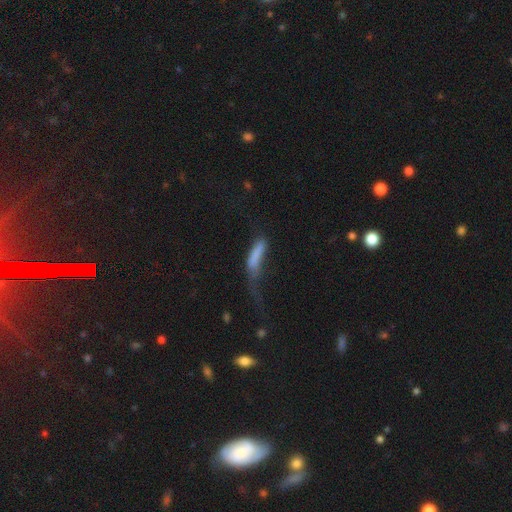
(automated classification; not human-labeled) Overall: smooth (74%). How rounded: cigar-shaped (71%). Merging: major disturbance (51%; minor disturbance 22%).